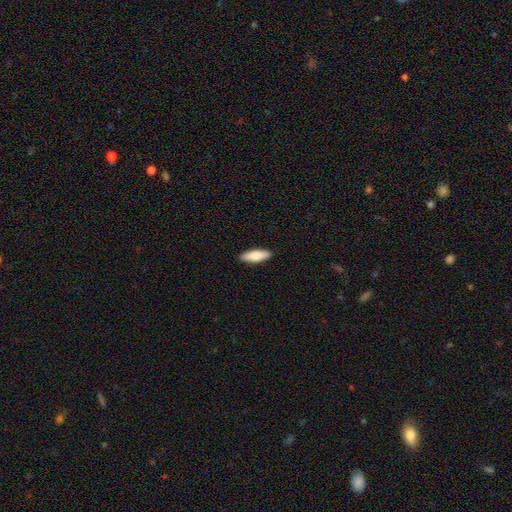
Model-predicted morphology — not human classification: Overall: smooth (78%). How rounded: in between (55%; cigar-shaped 43%). Merging: none (90%).